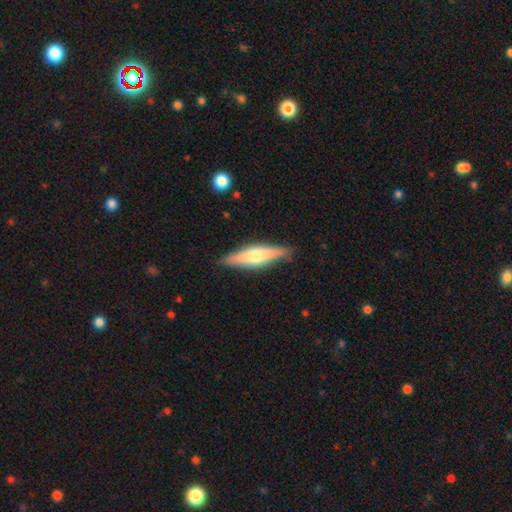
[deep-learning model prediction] A featured or disk galaxy (51%) viewed edge-on (93%). Merging: none (87%).